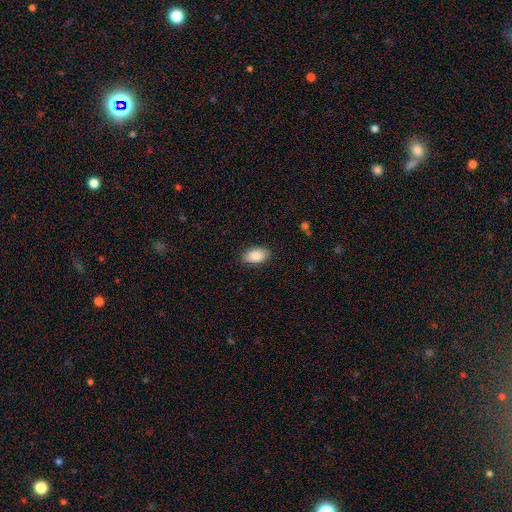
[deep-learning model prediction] Overall: smooth (85%). How rounded: in between (92%). Merging: none (87%).